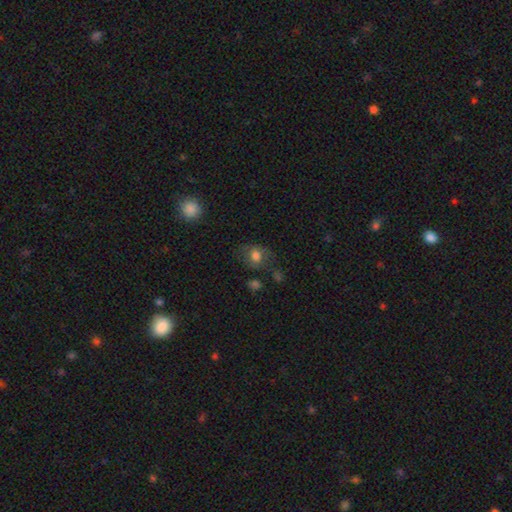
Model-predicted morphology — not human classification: A smooth galaxy with no disk features (72%) that is round (53%).

Vote fractions:
- Smooth or featured? smooth: 72% / featured or disk: 17% / star or artifact: 11%
- How rounded? round: 53% / in between: 45% / cigar-shaped: 1%
- Merging? none: 59% / minor disturbance: 23% / major disturbance: 12% / merger: 6%